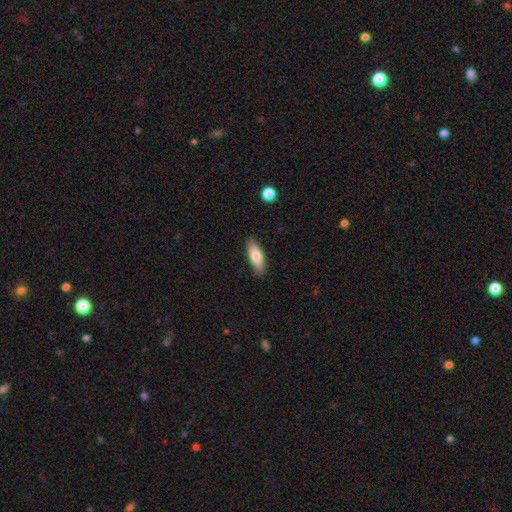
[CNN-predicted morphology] This appears to be a smooth galaxy with no disk features (77%) that is in between round and cigar-shaped (65%). Merging: none (85%).